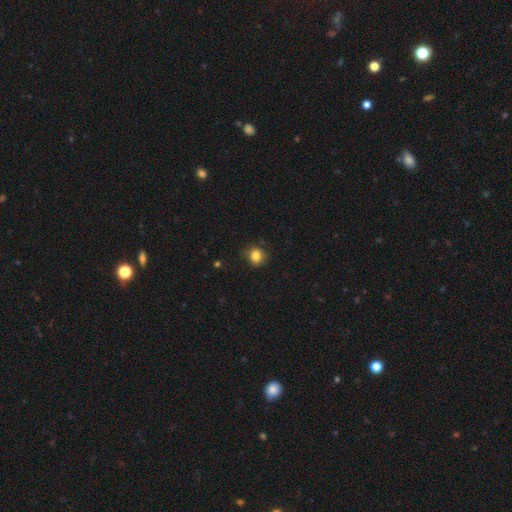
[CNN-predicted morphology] Smooth or featured?
  - smooth: 83% *
  - star or artifact: 11%
  - featured or disk: 6%
How rounded?
  - round: 71% *
  - in between: 28%
  - cigar-shaped: 1%
Merging?
  - none: 80% *
  - minor disturbance: 15%
  - major disturbance: 3%
  - merger: 1%